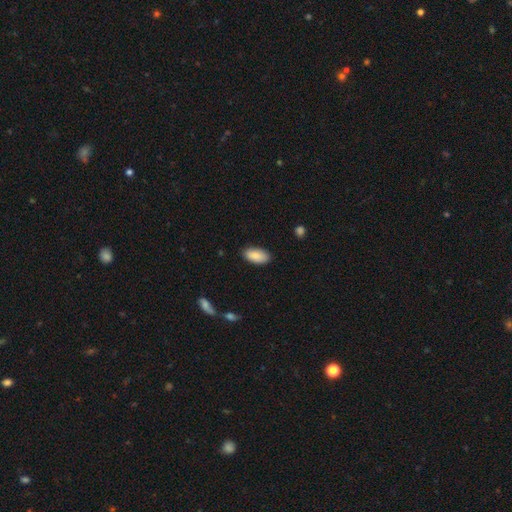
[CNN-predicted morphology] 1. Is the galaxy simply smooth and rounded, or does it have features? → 89% smooth, 6% star or artifact, 5% featured or disk.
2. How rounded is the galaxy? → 93% in between, 5% cigar-shaped, 2% round.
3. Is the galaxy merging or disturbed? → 87% none, 10% minor disturbance, 2% major disturbance, 1% merger.